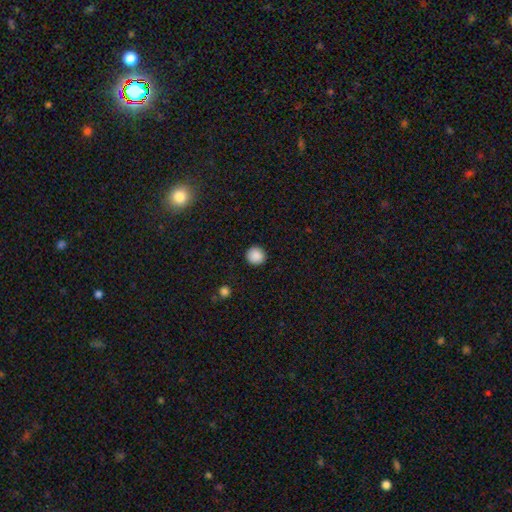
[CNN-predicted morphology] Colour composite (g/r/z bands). It shows a smooth galaxy with no disk features (89%) that is round (93%). Merging: none (92%).